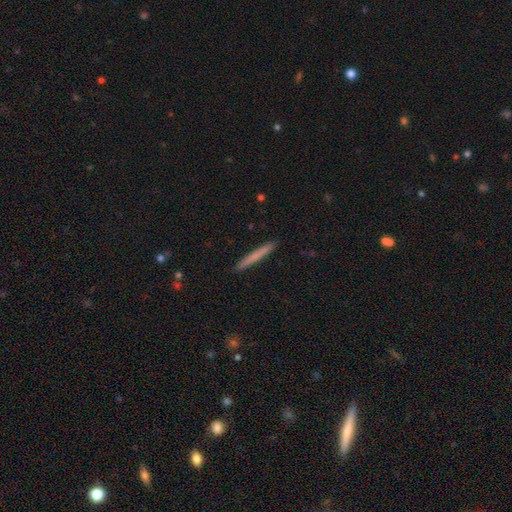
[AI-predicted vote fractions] This appears to be a smooth galaxy with no disk features (69%) that is cigar-shaped (97%). Merging: none (92%).